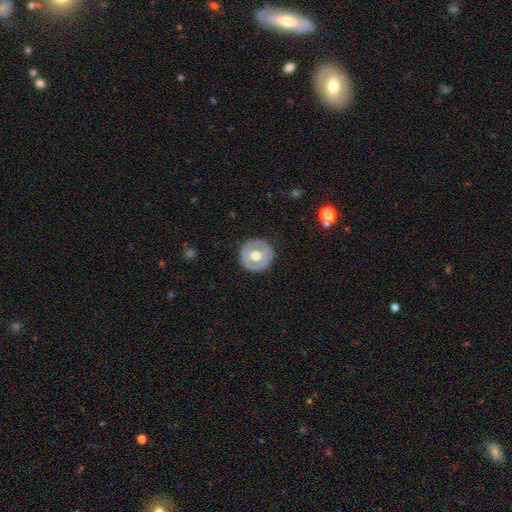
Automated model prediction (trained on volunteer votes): Q: Smooth or featured?
A: featured or disk (49%); runner-up: smooth (45%)
Q: Merging?
A: none (86%); runner-up: minor disturbance (10%)